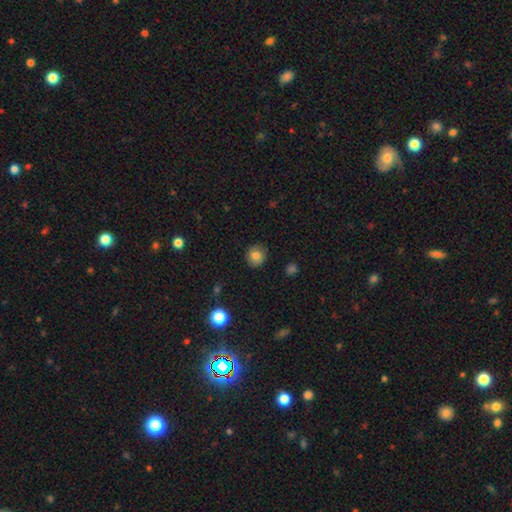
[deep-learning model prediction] Morphology: type=smooth (82%); roundness=round (87%); merging=none (89%).